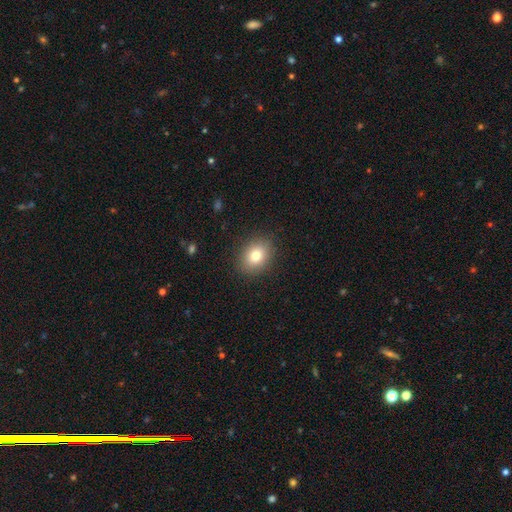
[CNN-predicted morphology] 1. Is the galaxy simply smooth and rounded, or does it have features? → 79% smooth, 10% star or artifact, 10% featured or disk.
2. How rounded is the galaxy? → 52% in between, 47% round, 1% cigar-shaped.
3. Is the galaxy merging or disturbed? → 88% none, 8% minor disturbance, 3% major disturbance, 1% merger.